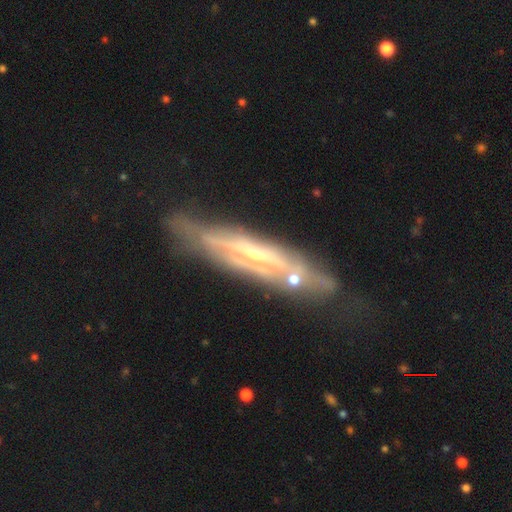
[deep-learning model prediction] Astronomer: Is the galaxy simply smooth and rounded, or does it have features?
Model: featured or disk — 79%.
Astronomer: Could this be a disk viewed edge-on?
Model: yes — 69%.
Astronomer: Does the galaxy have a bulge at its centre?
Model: rounded — 49% (runner-up: none, 42%).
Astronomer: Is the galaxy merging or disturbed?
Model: none — 67%.